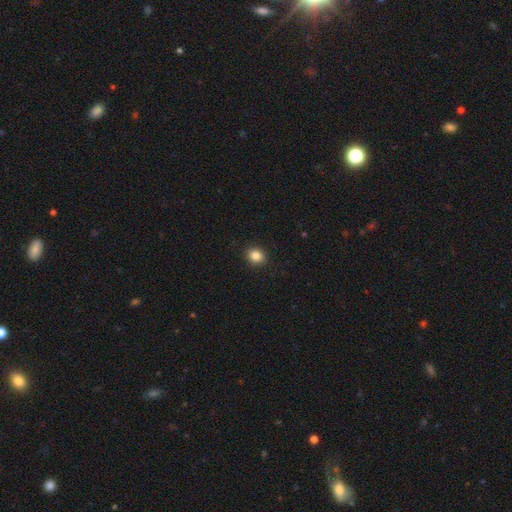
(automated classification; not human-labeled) A smooth galaxy with no disk features (86%) that is round (67%). Merging: none (91%).